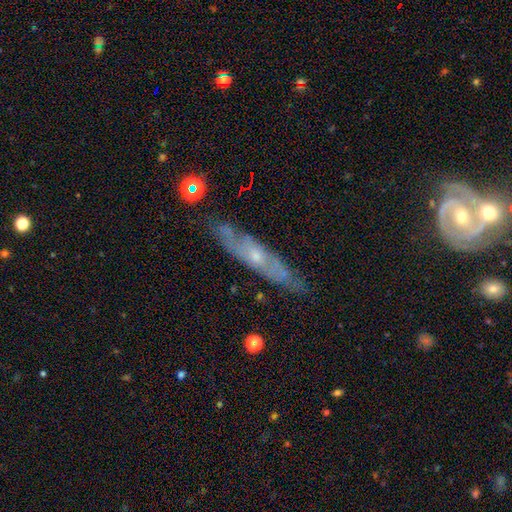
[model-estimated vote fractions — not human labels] This is likely a featured or disk galaxy (69%). It is possibly viewed edge-on (51%). Merging: likely none (76%).